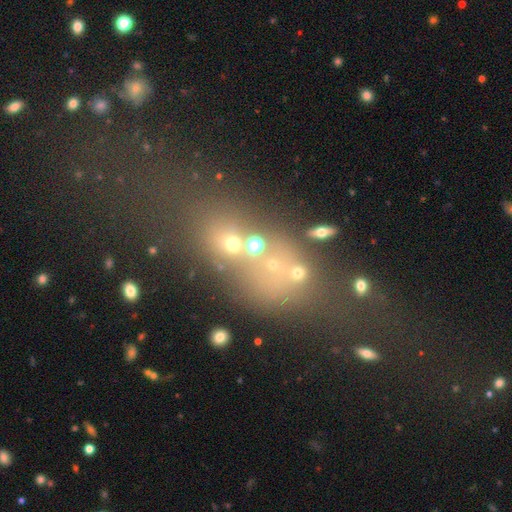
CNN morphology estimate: Smooth or featured?
  - star or artifact: 39% *
  - smooth: 32%
  - featured or disk: 29%